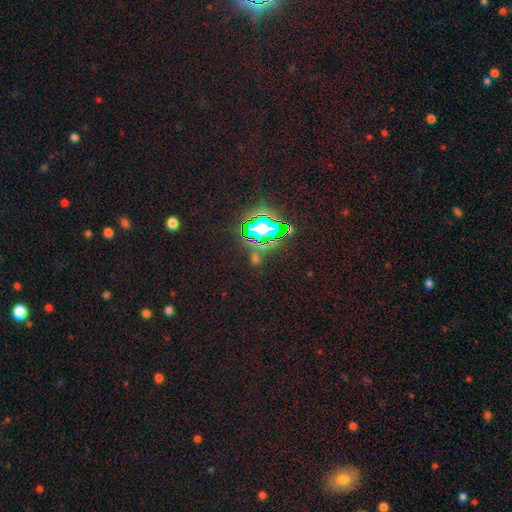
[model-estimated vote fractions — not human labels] The model was most divided on "smooth or featured": star or artifact: 75%, smooth: 16%, featured or disk: 9%.